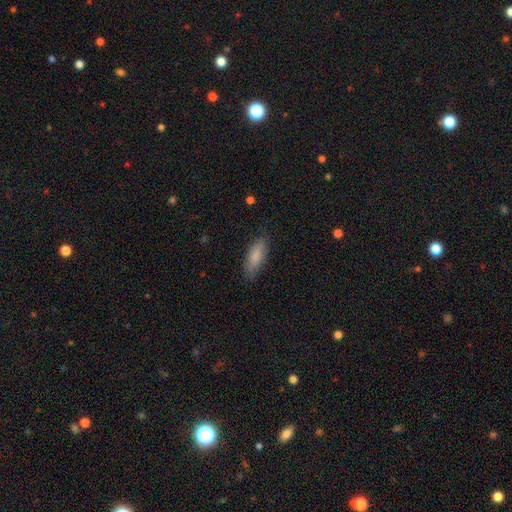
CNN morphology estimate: A smooth galaxy with no disk features (84%) that is in between round and cigar-shaped (56%).

Vote fractions:
- Smooth or featured? smooth: 84% / featured or disk: 10% / star or artifact: 6%
- How rounded? in between: 56% / cigar-shaped: 42% / round: 2%
- Merging? none: 83% / minor disturbance: 13% / major disturbance: 3% / merger: 1%